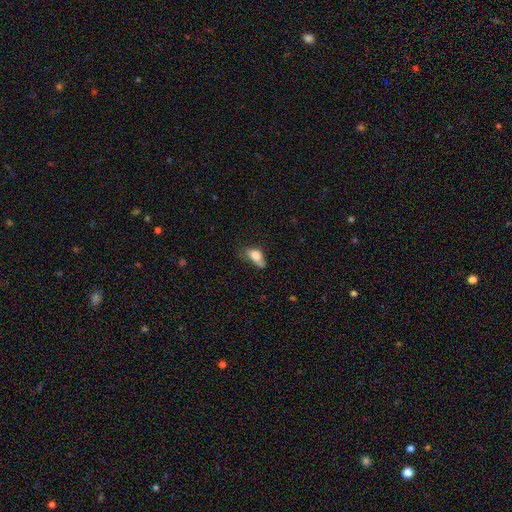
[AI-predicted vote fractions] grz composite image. It shows a smooth galaxy with no disk features (75%) that is in between round and cigar-shaped (84%). Merging: minor disturbance (34%).